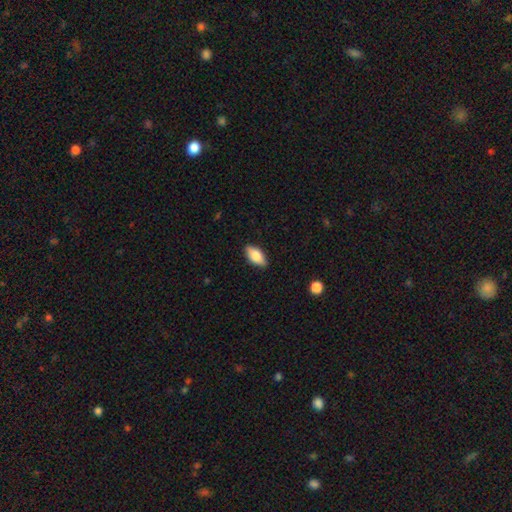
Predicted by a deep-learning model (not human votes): smooth_or_featured: smooth (p=0.79) [alt: featured or disk p=0.14]
how_rounded: in between (p=0.89) [alt: cigar-shaped p=0.08]
merging: none (p=0.87) [alt: minor disturbance p=0.10]